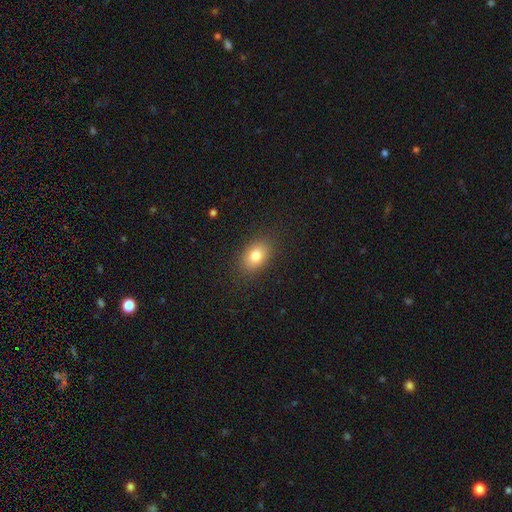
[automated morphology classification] A smooth galaxy with no disk features (80%) that is in between round and cigar-shaped (79%). Merging: none (87%).